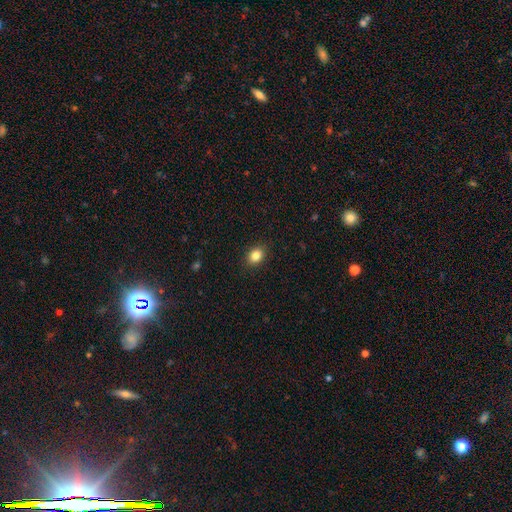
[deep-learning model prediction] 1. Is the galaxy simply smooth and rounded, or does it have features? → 85% smooth, 10% star or artifact, 5% featured or disk.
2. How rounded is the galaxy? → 59% in between, 40% round, 1% cigar-shaped.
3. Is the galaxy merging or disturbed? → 89% none, 8% minor disturbance, 2% major disturbance, 1% merger.